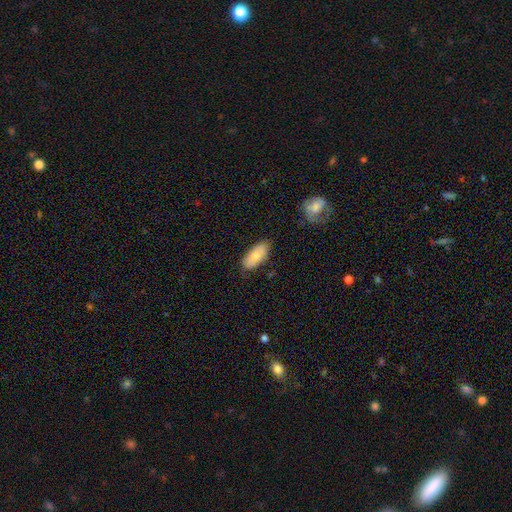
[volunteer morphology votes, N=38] smooth 89%, featured or disk 8%, star or artifact 3%. Down the decision tree: how rounded — in between (85%); merging — none (81%).